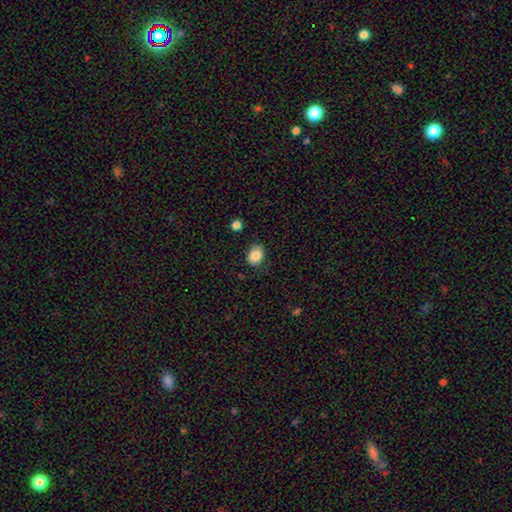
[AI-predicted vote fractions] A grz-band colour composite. It shows a smooth galaxy with no disk features (84%) that is in between round and cigar-shaped (56%). Merging: none (75%).